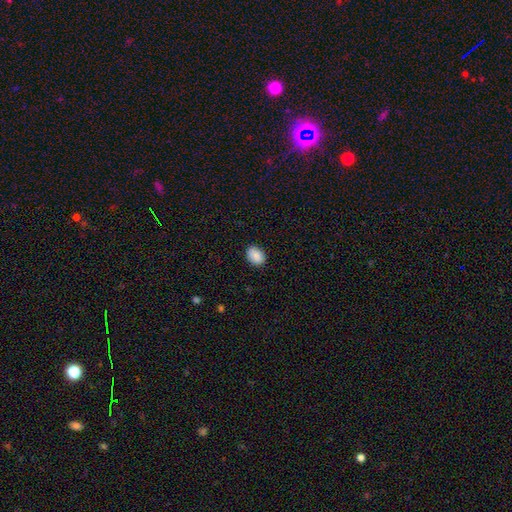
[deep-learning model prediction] Smooth or featured? smooth (88%)
How rounded? in between (72%)
Merging? none (86%)